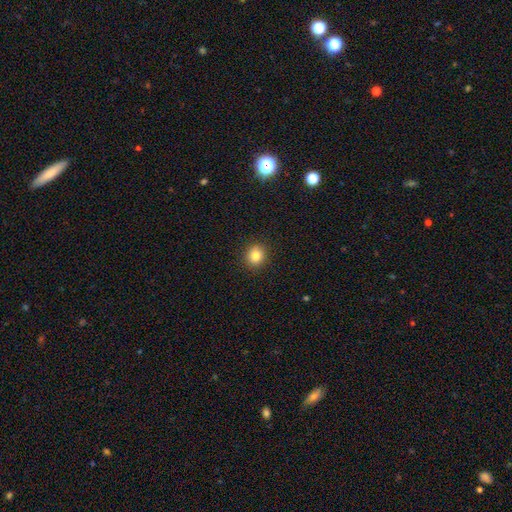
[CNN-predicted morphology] This is clearly a smooth galaxy (82%). How rounded: clearly round (83%). Merging: clearly none (91%).